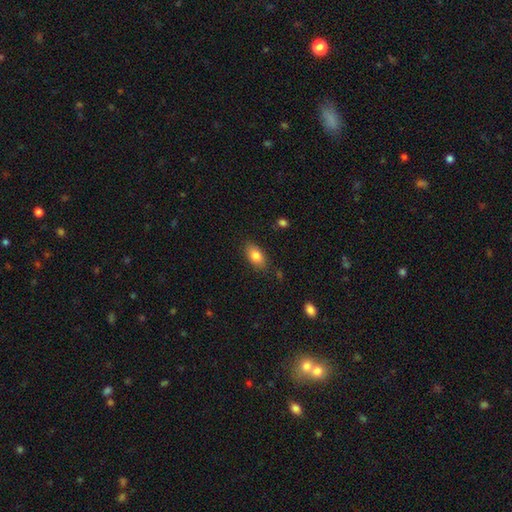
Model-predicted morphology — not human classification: A smooth galaxy with no disk features (83%) that is in between round and cigar-shaped (89%). Merging: none (84%).